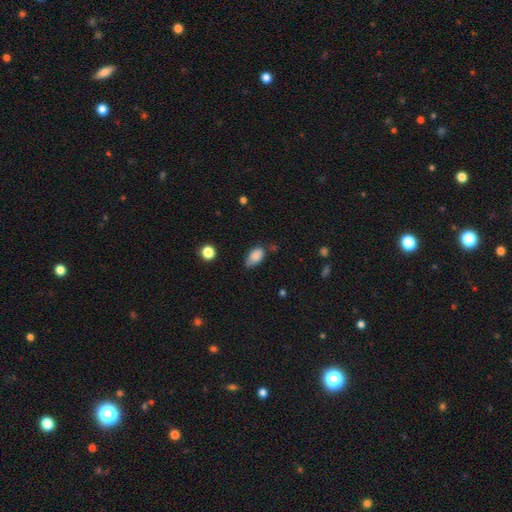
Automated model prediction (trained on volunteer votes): smooth_or_featured: smooth (p=0.85) [alt: star or artifact p=0.08]
how_rounded: in between (p=0.91) [alt: round p=0.06]
merging: none (p=0.54) [alt: minor disturbance p=0.35]